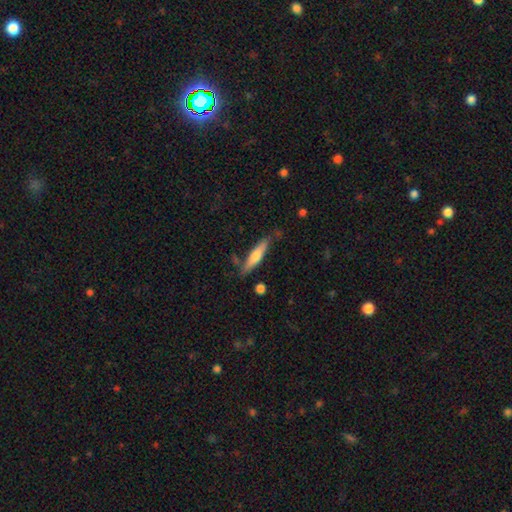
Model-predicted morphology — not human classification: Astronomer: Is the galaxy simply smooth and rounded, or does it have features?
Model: smooth — 57% (runner-up: featured or disk, 38%).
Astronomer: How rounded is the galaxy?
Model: cigar-shaped — 84%.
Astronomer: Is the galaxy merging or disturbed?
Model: none — 77%.